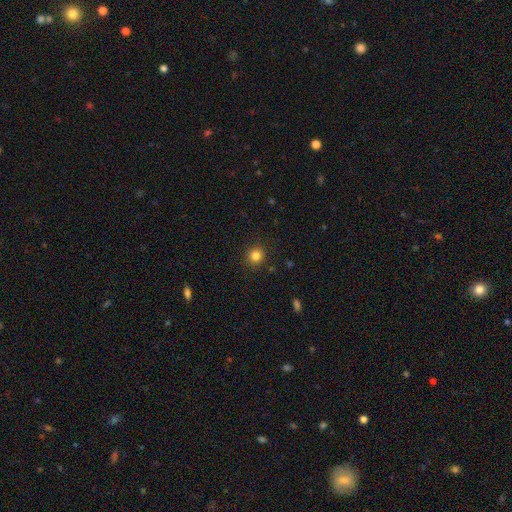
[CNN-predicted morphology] The model was most divided on "smooth or featured": smooth: 83%, star or artifact: 12%, featured or disk: 5%. More confident: how rounded — round (91%); merging — none (89%).